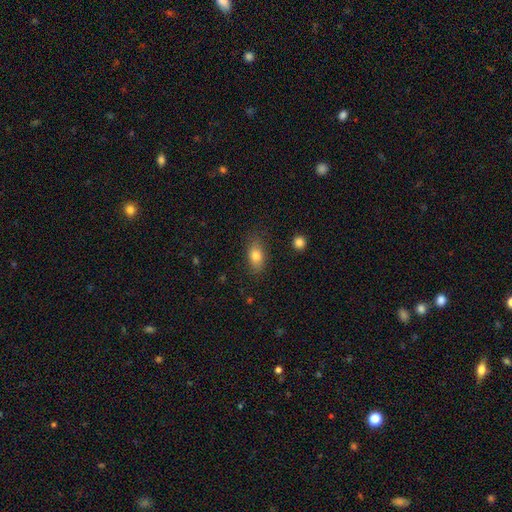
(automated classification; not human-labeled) This is likely a smooth galaxy (80%). How rounded: clearly in between (84%). Merging: likely none (79%).